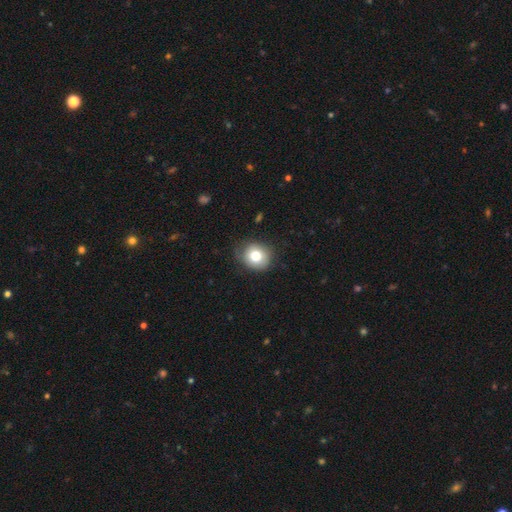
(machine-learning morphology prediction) This appears to be a smooth galaxy with no disk features (77%) that is round (79%). Merging: none (77%).